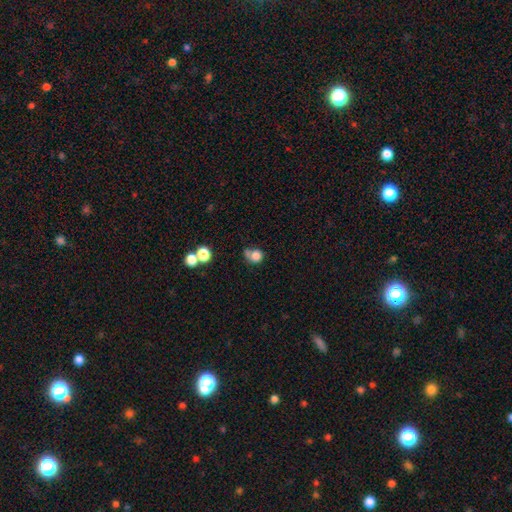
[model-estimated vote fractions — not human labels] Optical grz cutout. It shows a smooth galaxy with no disk features (77%) that is round (76%). Merging: none (39%).